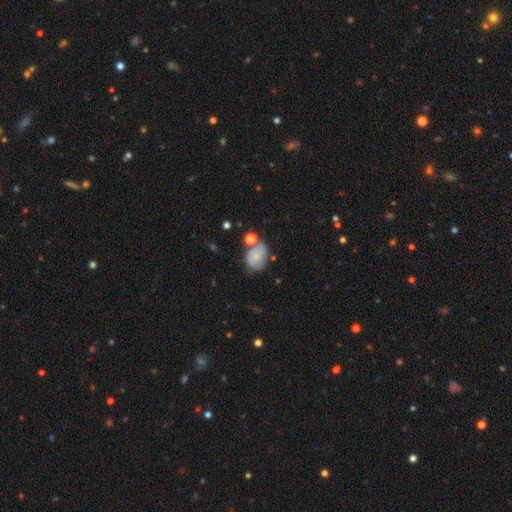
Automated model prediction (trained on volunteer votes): This is likely a smooth galaxy (61%). How rounded: possibly in between (55%). Merging: possibly none (54%).